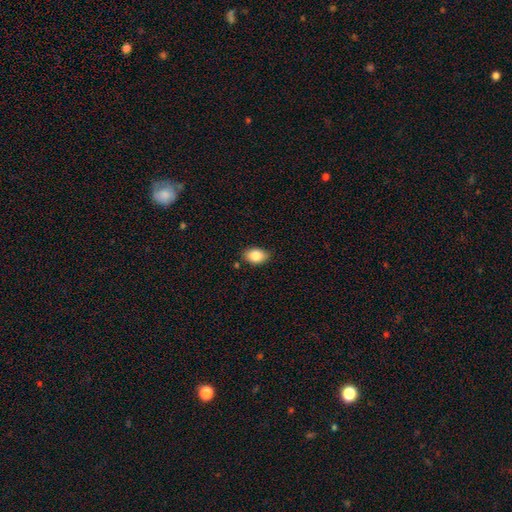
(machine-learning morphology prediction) This appears to be a smooth galaxy with no disk features (85%) that is in between round and cigar-shaped (87%). Merging: none (84%).